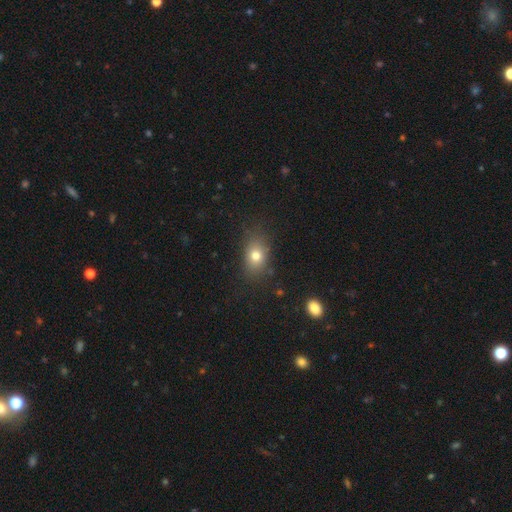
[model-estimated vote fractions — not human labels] smooth_or_featured: smooth (p=0.76) [alt: star or artifact p=0.13]
how_rounded: in between (p=0.68) [alt: round p=0.30]
merging: none (p=0.78) [alt: minor disturbance p=0.15]